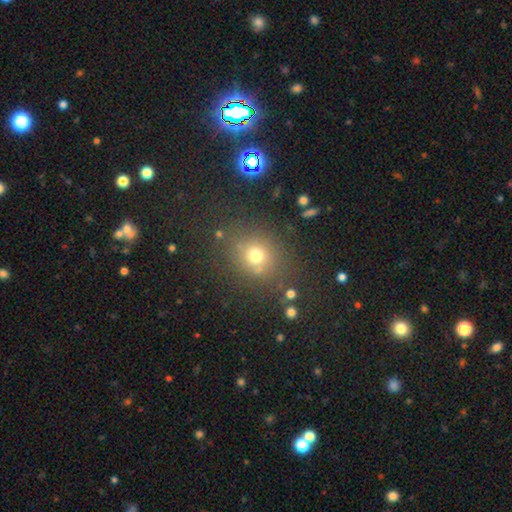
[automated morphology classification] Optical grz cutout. It shows a smooth galaxy with no disk features (70%) that is round (77%). Merging: none (79%).